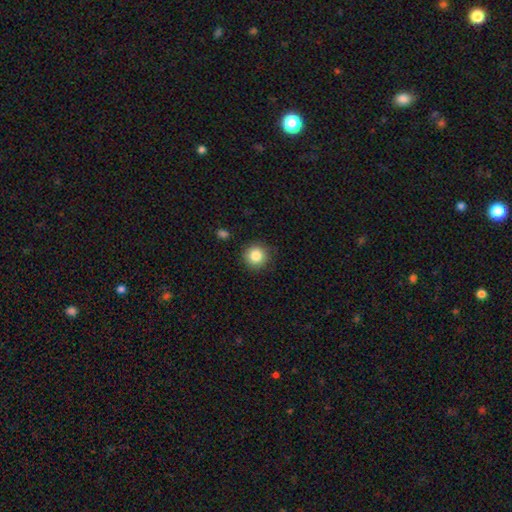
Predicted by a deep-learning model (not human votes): Smooth or featured?
  - smooth: 85% *
  - star or artifact: 10%
  - featured or disk: 6%
How rounded?
  - round: 94% *
  - in between: 5%
  - cigar-shaped: 1%
Merging?
  - none: 89% *
  - minor disturbance: 7%
  - major disturbance: 2%
  - merger: 1%